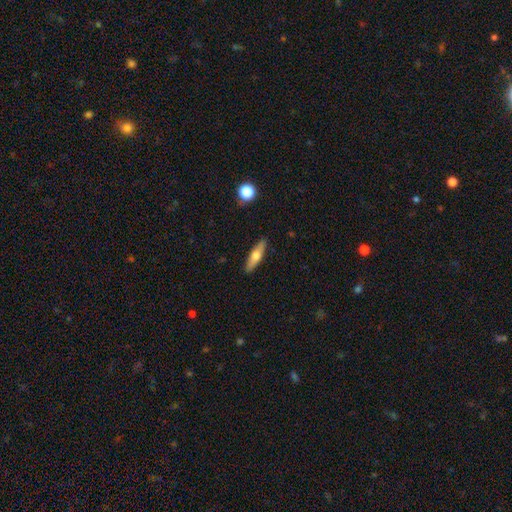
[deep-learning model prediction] Overall: smooth (53%; featured or disk 41%). How rounded: cigar-shaped (67%; in between 30%). Merging: none (89%).